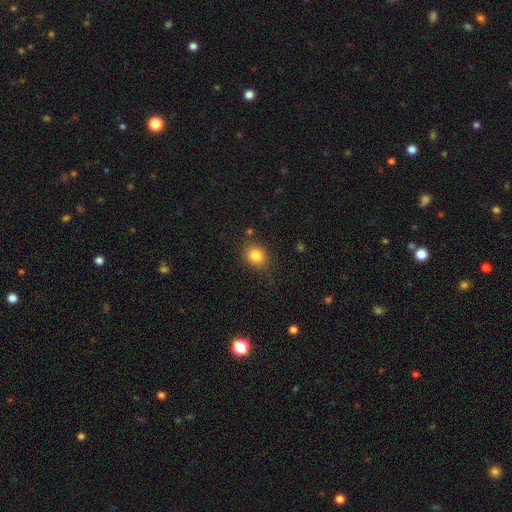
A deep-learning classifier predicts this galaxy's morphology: Smooth or featured?
  - smooth: 83% *
  - star or artifact: 10%
  - featured or disk: 7%
How rounded?
  - round: 52% *
  - in between: 47%
  - cigar-shaped: 1%
Merging?
  - none: 78% *
  - minor disturbance: 15%
  - major disturbance: 4%
  - merger: 2%